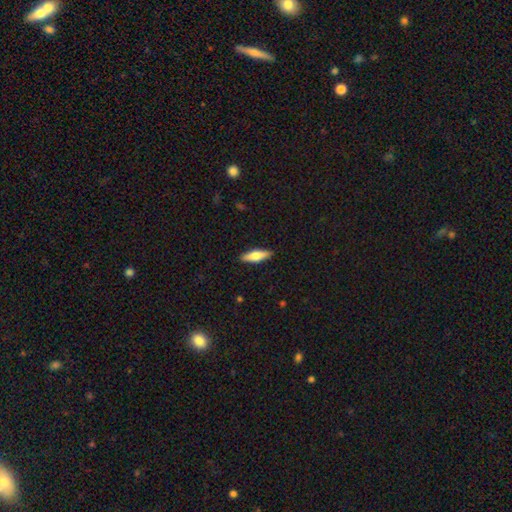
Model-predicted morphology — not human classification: smooth_or_featured: smooth (p=0.65) [alt: featured or disk p=0.30]
how_rounded: cigar-shaped (p=0.57) [alt: in between p=0.41]
merging: none (p=0.90) [alt: minor disturbance p=0.07]